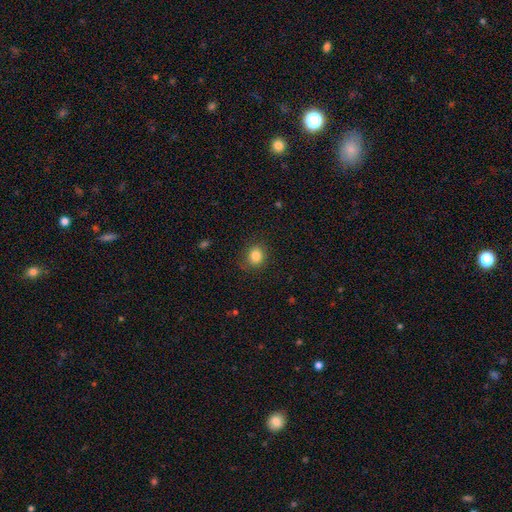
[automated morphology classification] smooth-or-featured: smooth: 84% | star or artifact: 11% | featured or disk: 5%
  how-rounded: round: 77% | in between: 22% | cigar-shaped: 1%
  merging: none: 85% | minor disturbance: 11% | major disturbance: 3% | merger: 1%